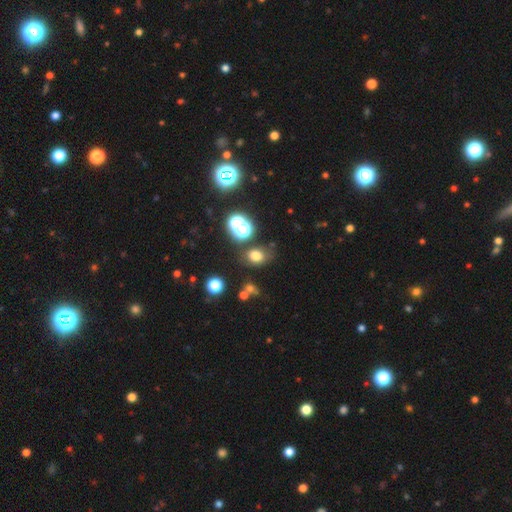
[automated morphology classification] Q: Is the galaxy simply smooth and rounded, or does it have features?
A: smooth — 69%.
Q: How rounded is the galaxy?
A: in between — 53%.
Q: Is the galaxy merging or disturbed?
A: none — 65%.